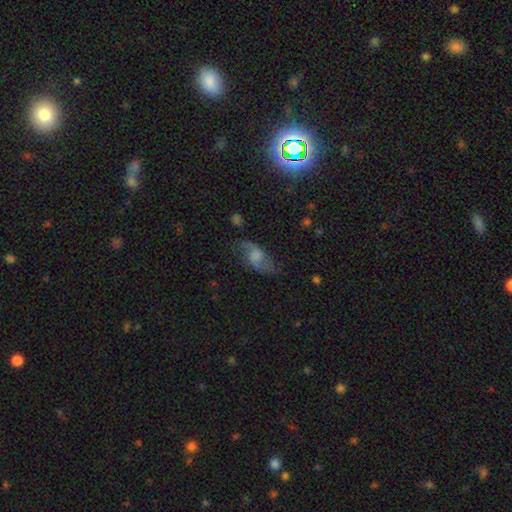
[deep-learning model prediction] A featured or disk galaxy (63%) with no bar (48%), 2 (88%) loose (68%) spiral arms (88%) and a moderate central bulge (36%).

Vote fractions:
- Smooth or featured? featured or disk: 63% / smooth: 24% / star or artifact: 13%
- Edge-on disk? no: 92% / yes: 8%
- Bar? no: 48% / weak: 41% / strong: 11%
- Spiral arms? yes: 88% / no: 12%
- Spiral winding? loose: 68% / medium: 25% / tight: 7%
- Spiral arm count? 2: 88% / can't tell: 6% / 1: 3% / 3: 1% / 4: 1% / more than 4: 1%
- Bulge size? moderate: 36% / small: 27% / none: 22% / large: 12% / dominant: 2%
- Merging? none: 67% / minor disturbance: 20% / major disturbance: 11% / merger: 2%